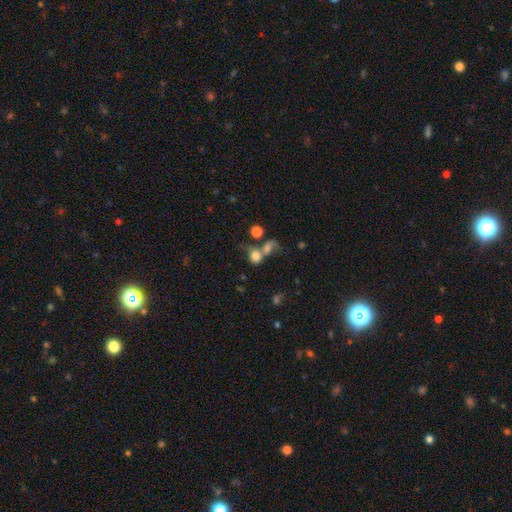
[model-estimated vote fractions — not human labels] The model was most divided on "how rounded": round: 59%, in between: 39%, cigar-shaped: 2%. More confident: smooth or featured — smooth (72%); merging — merger (53%).